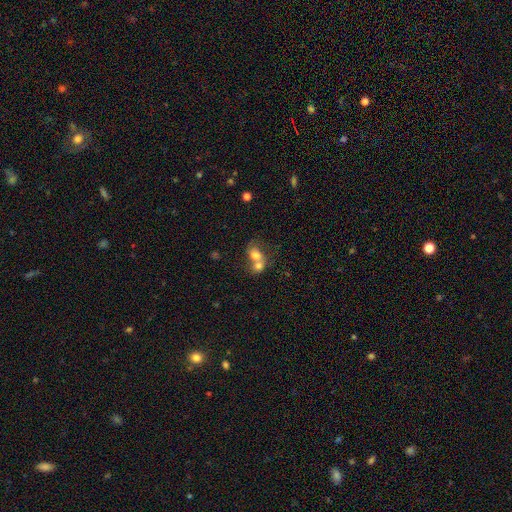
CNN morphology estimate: This is likely a smooth galaxy (72%). How rounded: possibly in between (50%). Merging: likely merger (72%).